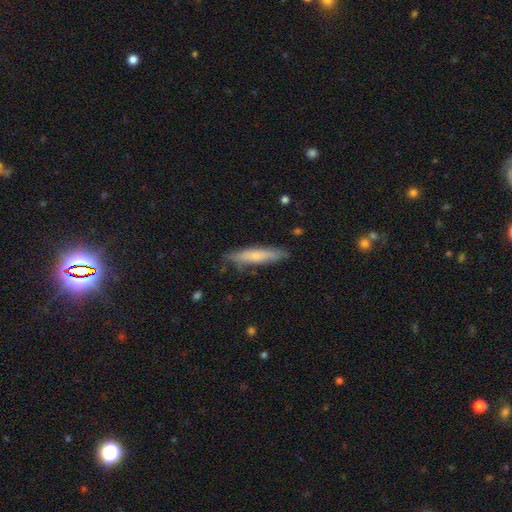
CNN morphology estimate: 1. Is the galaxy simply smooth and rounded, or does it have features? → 65% smooth, 29% featured or disk, 6% star or artifact.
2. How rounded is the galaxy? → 88% cigar-shaped, 11% in between, 1% round.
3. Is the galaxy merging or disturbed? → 81% none, 15% minor disturbance, 3% major disturbance, 2% merger.